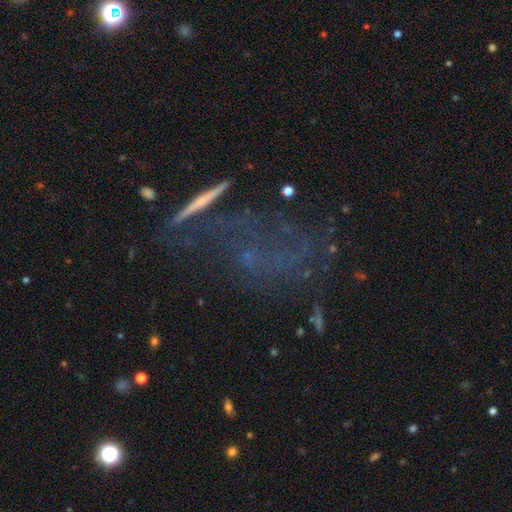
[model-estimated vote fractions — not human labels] Smooth or featured: featured or disk — 39% (star or artifact — 37%)
Merging: none — 39% (major disturbance — 33%)